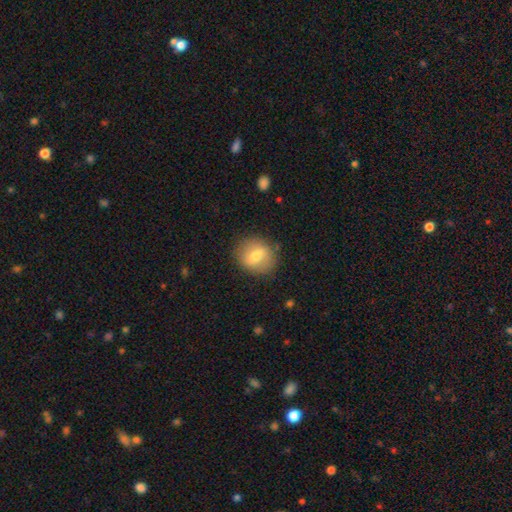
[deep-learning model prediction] The model was most divided on "smooth or featured": smooth: 67%, featured or disk: 25%, star or artifact: 8%. More confident: merging — none (83%); how rounded — round (77%).